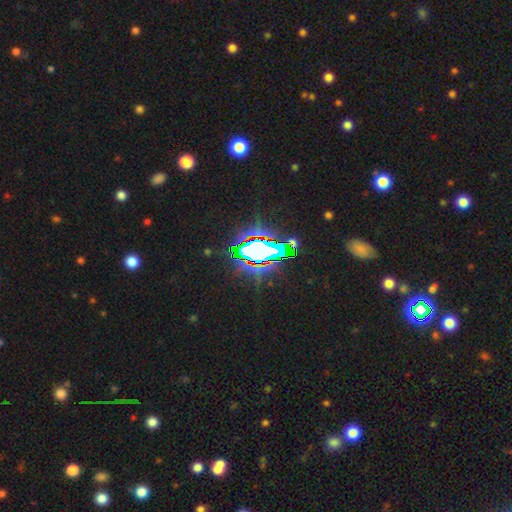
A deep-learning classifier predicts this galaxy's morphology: The model was most divided on "smooth or featured": star or artifact: 77%, smooth: 12%, featured or disk: 11%.